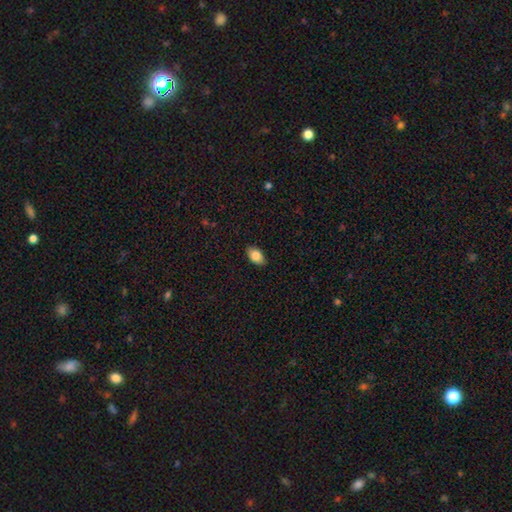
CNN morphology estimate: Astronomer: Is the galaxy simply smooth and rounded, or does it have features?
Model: smooth — 85%.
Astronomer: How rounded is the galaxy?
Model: in between — 92%.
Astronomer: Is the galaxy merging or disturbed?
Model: none — 87%.